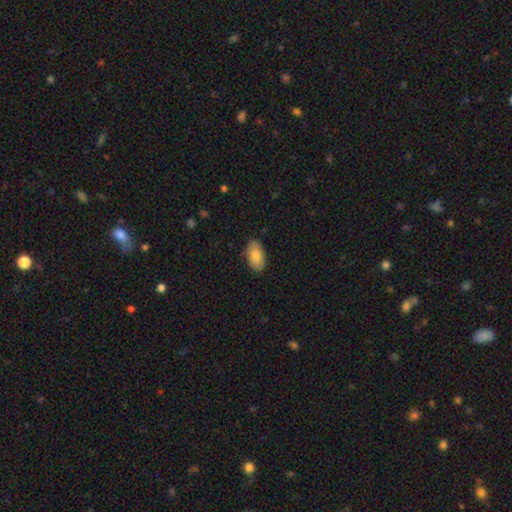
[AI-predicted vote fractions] Morphology: type=smooth (81%); roundness=in between (94%); merging=none (86%).